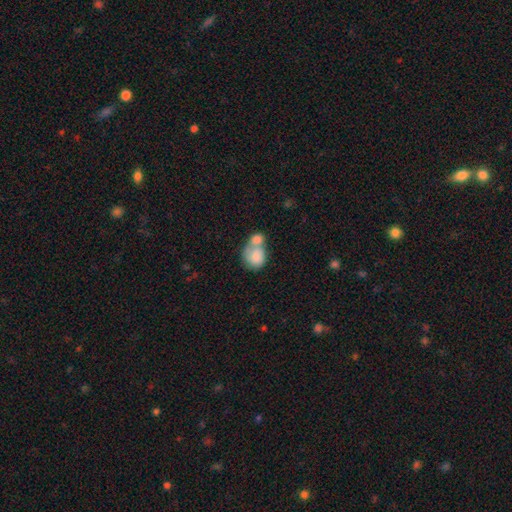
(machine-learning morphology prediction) Q: Smooth or featured?
A: smooth (76%); runner-up: featured or disk (17%)
Q: How rounded?
A: round (56%); runner-up: in between (42%)
Q: Merging?
A: merger (71%); runner-up: none (16%)